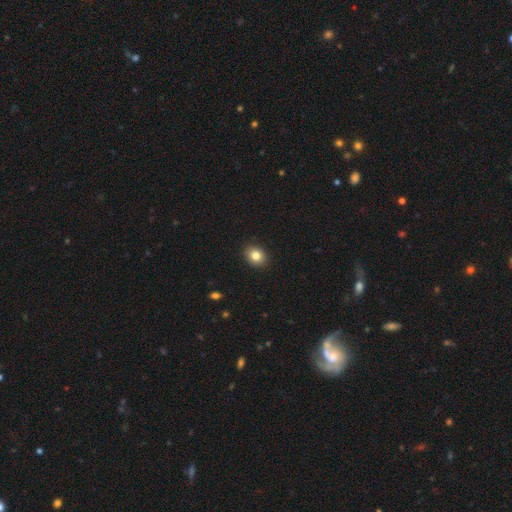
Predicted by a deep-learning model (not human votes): Q: Smooth or featured?
A: smooth (83%); runner-up: star or artifact (10%)
Q: How rounded?
A: round (55%); runner-up: in between (44%)
Q: Merging?
A: none (91%); runner-up: minor disturbance (7%)